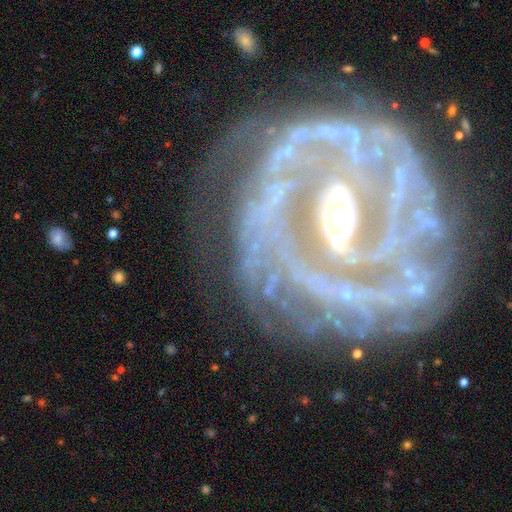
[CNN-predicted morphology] A featured or disk galaxy (89%) with a strong bar (47%), 2 (27%) tight (64%) spiral arms (95%) and a moderate central bulge (57%).

Vote fractions:
- Smooth or featured? featured or disk: 89% / star or artifact: 7% / smooth: 4%
- Edge-on disk? no: 97% / yes: 3%
- Bar? strong: 47% / weak: 30% / no: 23%
- Spiral arms? yes: 95% / no: 5%
- Spiral winding? tight: 64% / medium: 28% / loose: 8%
- Spiral arm count? 2: 27% / can't tell: 24% / 3: 14% / more than 4: 13% / 4: 12% / 1: 9%
- Bulge size? moderate: 57% / small: 31% / large: 8% / dominant: 2% / none: 2%
- Merging? none: 70% / minor disturbance: 16% / major disturbance: 11% / merger: 3%